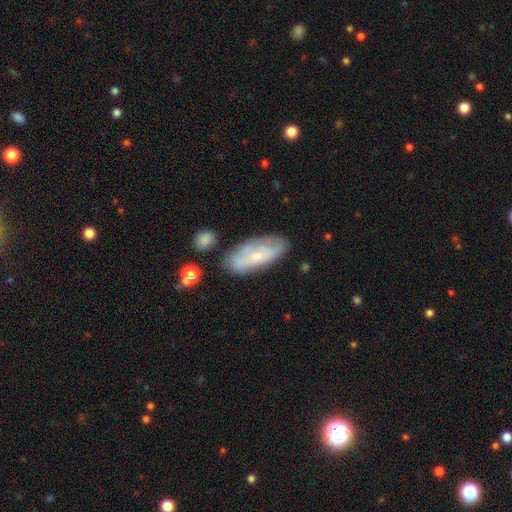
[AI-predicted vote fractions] A featured or disk galaxy (50%). Merging: none (67%).